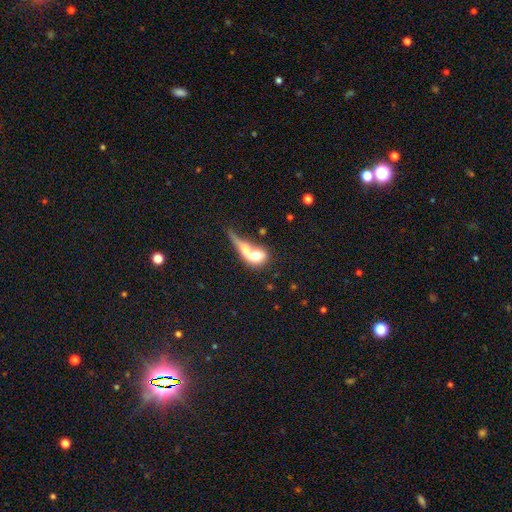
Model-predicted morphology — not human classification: Smooth or featured?
  - smooth: 59% *
  - featured or disk: 33%
  - star or artifact: 8%
How rounded?
  - in between: 51% *
  - round: 32%
  - cigar-shaped: 17%
Merging?
  - merger: 69% *
  - major disturbance: 12%
  - none: 12%
  - minor disturbance: 6%